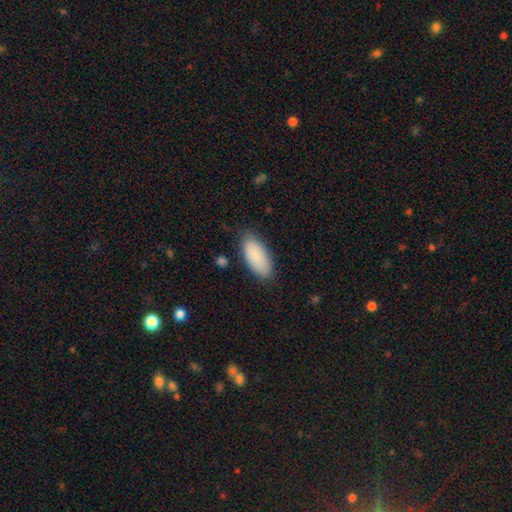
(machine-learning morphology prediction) A smooth galaxy with no disk features (88%) that is in between round and cigar-shaped (90%).

Vote fractions:
- Smooth or featured? smooth: 88% / star or artifact: 6% / featured or disk: 6%
- How rounded? in between: 90% / cigar-shaped: 9% / round: 2%
- Merging? none: 81% / minor disturbance: 15% / major disturbance: 3% / merger: 1%